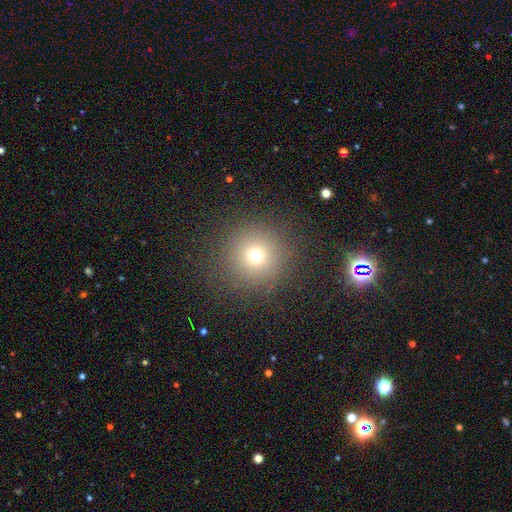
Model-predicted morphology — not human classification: Smooth or featured? Predicted: smooth (p=0.71). How rounded? Predicted: round (p=0.96). Merging? Predicted: none (p=0.88).